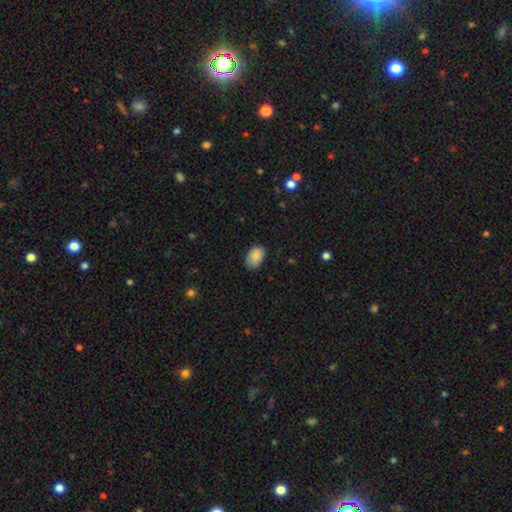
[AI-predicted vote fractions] smooth-or-featured: smooth: 87% | star or artifact: 7% | featured or disk: 6%
  how-rounded: in between: 90% | round: 8% | cigar-shaped: 1%
  merging: none: 74% | minor disturbance: 22% | major disturbance: 4% | merger: 1%